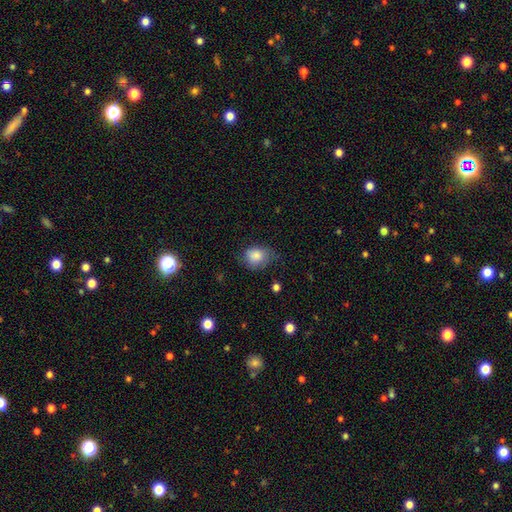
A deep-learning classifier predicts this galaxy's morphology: Smooth or featured?
  - smooth: 82% *
  - featured or disk: 10%
  - star or artifact: 8%
How rounded?
  - in between: 56% *
  - round: 43%
  - cigar-shaped: 1%
Merging?
  - none: 51% *
  - minor disturbance: 35%
  - major disturbance: 12%
  - merger: 2%